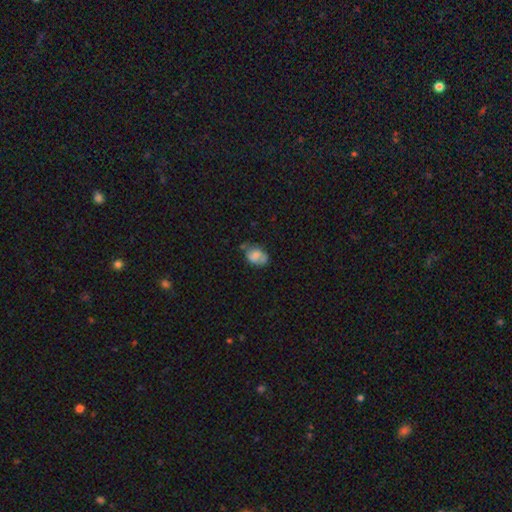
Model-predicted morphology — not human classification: The model was most divided on "merging": none: 47%, minor disturbance: 32%, major disturbance: 12%, merger: 9%. More confident: how rounded — in between (76%); smooth or featured — smooth (65%).